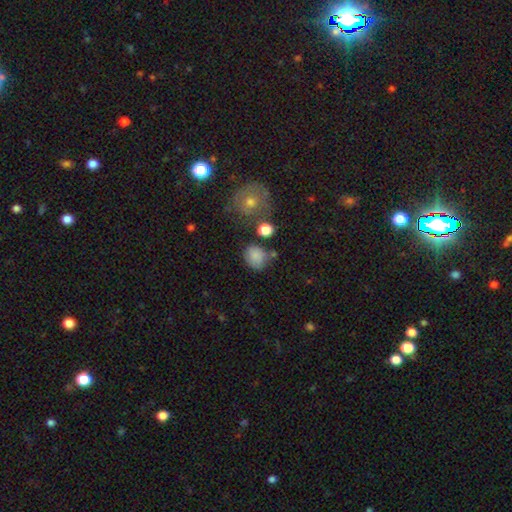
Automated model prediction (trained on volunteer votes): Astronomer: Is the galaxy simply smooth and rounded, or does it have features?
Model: smooth — 81%.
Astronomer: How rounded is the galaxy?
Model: round — 62%.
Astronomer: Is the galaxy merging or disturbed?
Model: none — 61%.